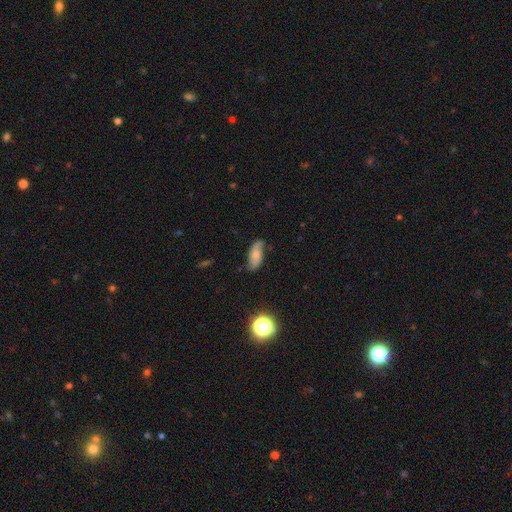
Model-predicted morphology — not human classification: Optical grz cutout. It shows a smooth galaxy with no disk features (50%) that is in between round and cigar-shaped (80%). Merging: none (72%).